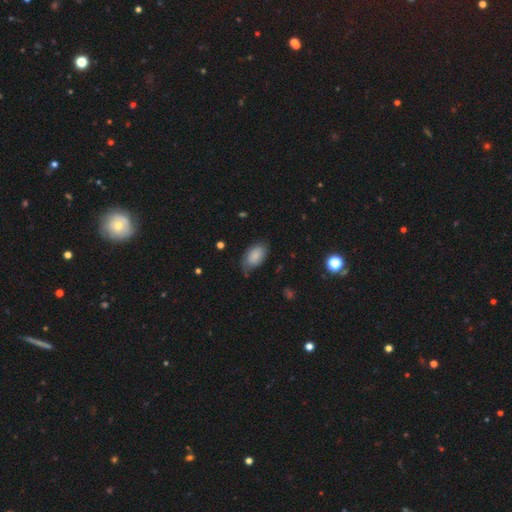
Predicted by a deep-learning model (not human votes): smooth-or-featured: smooth: 81% | featured or disk: 11% | star or artifact: 7%
  how-rounded: in between: 93% | round: 5% | cigar-shaped: 2%
  merging: none: 63% | minor disturbance: 29% | major disturbance: 7% | merger: 2%